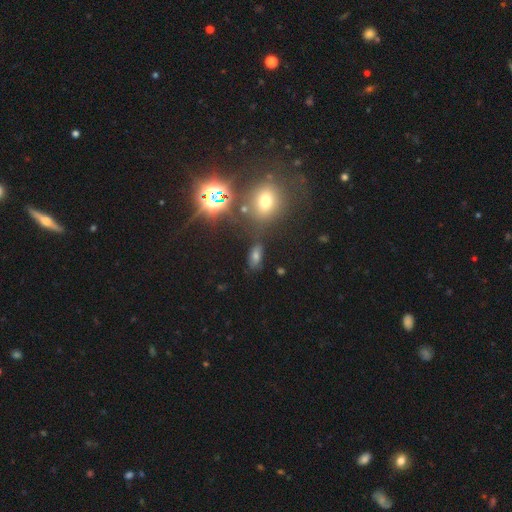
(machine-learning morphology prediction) smooth 53%, star or artifact 32%, featured or disk 15%. Down the decision tree: how rounded — in between (80%); merging — none (76%).